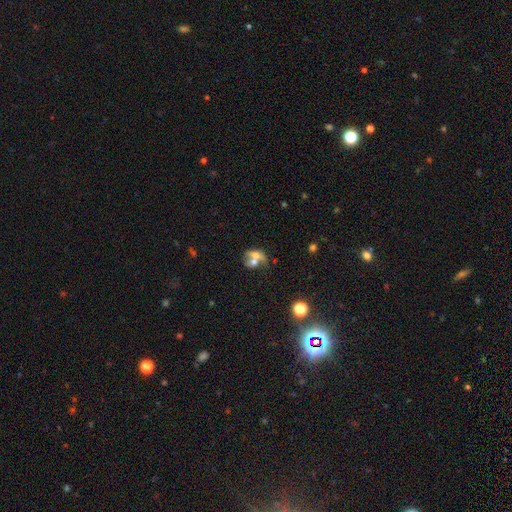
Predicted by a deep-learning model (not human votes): Morphology: type=smooth (51%); roundness=in between (61%); merging=merger (66%).